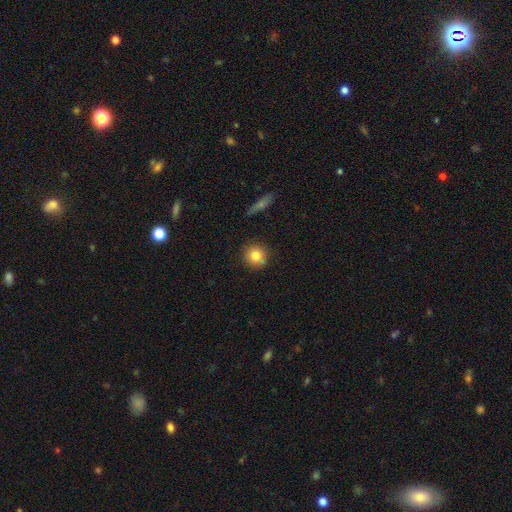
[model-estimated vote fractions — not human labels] Smooth or featured: smooth — 82% (star or artifact — 9%)
How rounded: round — 91% (in between — 7%)
Merging: none — 87% (minor disturbance — 9%)